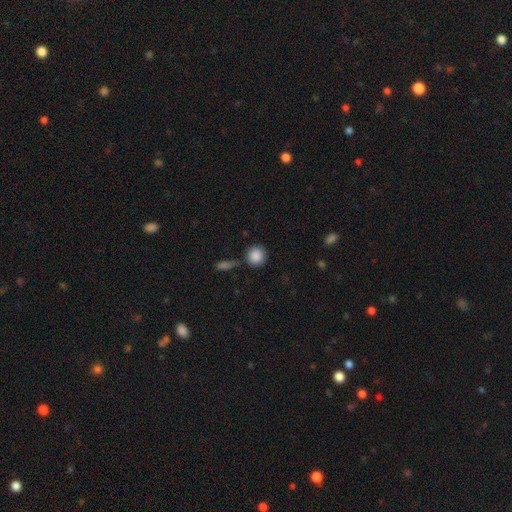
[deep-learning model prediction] smooth_or_featured: smooth (p=0.88) [alt: star or artifact p=0.08]
how_rounded: round (p=0.91) [alt: in between p=0.07]
merging: none (p=0.77) [alt: minor disturbance p=0.11]